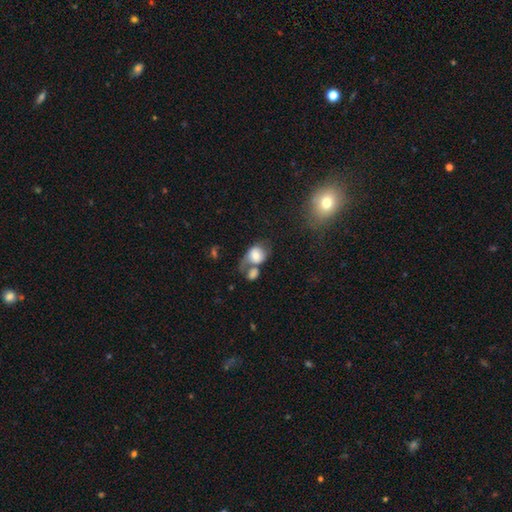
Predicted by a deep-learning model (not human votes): This appears to be a smooth galaxy with no disk features (66%) that is round (51%). Merging: merger (45%).